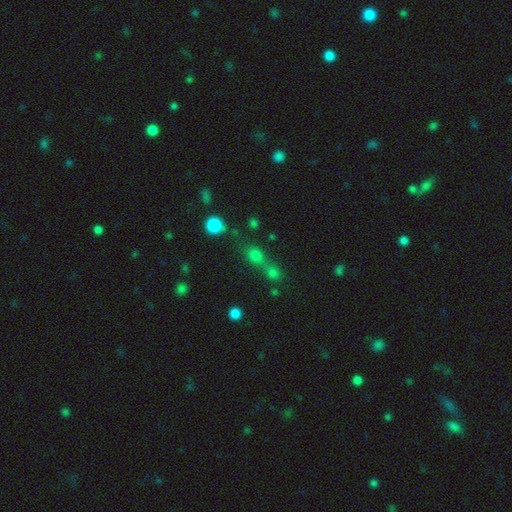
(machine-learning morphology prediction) Smooth or featured? Predicted: smooth (p=0.65). How rounded? Predicted: round (p=0.71). Merging? Predicted: none (p=0.43, tied with merger).